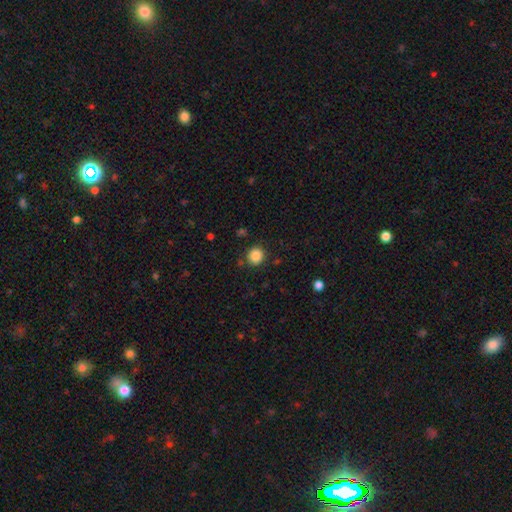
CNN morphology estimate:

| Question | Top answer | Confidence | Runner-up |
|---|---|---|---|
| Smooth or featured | smooth | 87% | star or artifact (10%) |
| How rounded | round | 88% | in between (12%) |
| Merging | none | 87% | minor disturbance (8%) |